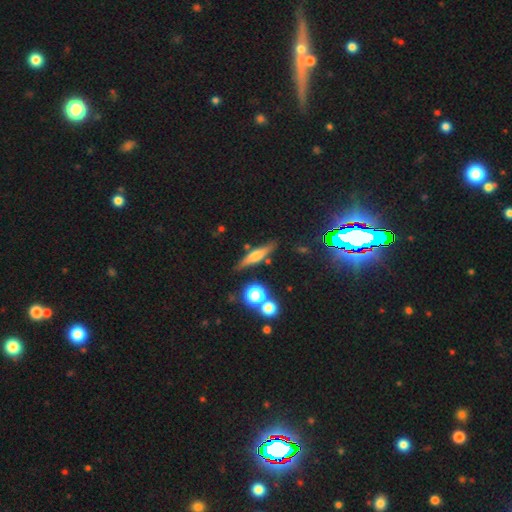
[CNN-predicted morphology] Q: Smooth or featured?
A: featured or disk (49%); runner-up: smooth (41%)
Q: Merging?
A: none (81%); runner-up: minor disturbance (11%)